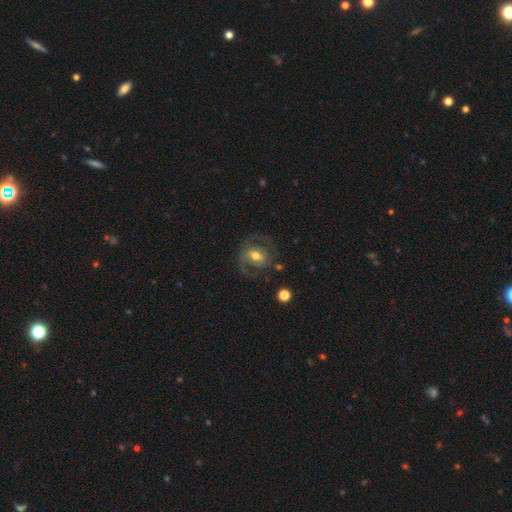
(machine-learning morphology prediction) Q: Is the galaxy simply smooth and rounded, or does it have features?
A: featured or disk — 71%.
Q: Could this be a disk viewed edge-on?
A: no — 97%.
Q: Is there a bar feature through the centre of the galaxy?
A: weak — 42%.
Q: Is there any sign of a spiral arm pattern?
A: yes — 83%.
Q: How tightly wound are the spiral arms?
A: medium — 50%.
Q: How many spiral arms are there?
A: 2 — 81%.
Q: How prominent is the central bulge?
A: moderate — 71%.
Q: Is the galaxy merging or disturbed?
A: none — 68%.